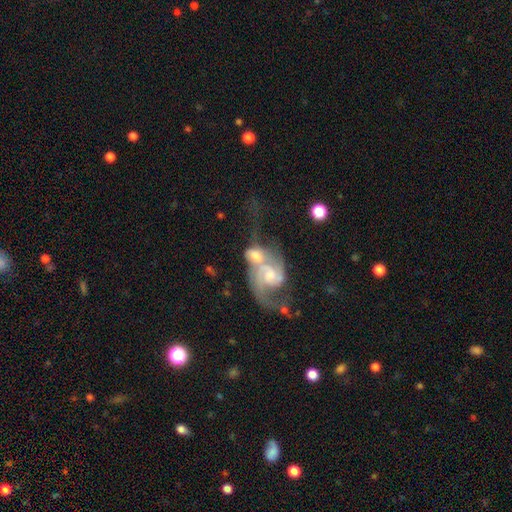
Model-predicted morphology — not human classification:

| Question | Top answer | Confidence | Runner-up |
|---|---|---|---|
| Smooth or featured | featured or disk | 78% | smooth (16%) |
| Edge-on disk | no | 97% | yes (3%) |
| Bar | no | 59% | weak (34%) |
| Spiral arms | yes | 91% | no (9%) |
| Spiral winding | medium | 41% | loose (37%) |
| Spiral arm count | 2 | 72% | can't tell (11%) |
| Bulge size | moderate | 46% | small (32%) |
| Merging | merger | 68% | major disturbance (14%) |